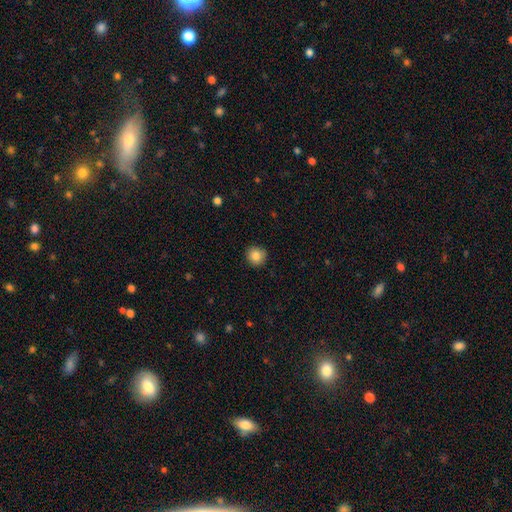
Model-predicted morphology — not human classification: smooth-or-featured: smooth: 85% | star or artifact: 9% | featured or disk: 6%
  how-rounded: round: 92% | in between: 7% | cigar-shaped: 1%
  merging: none: 90% | minor disturbance: 7% | major disturbance: 2% | merger: 1%